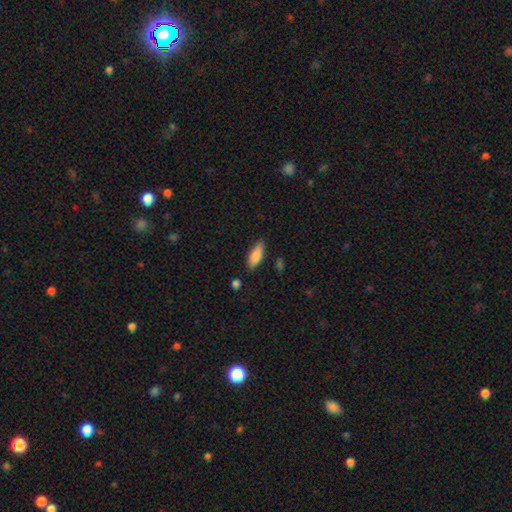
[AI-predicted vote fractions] This appears to be a smooth galaxy with no disk features (78%) that is in between round and cigar-shaped (66%). Merging: none (82%).